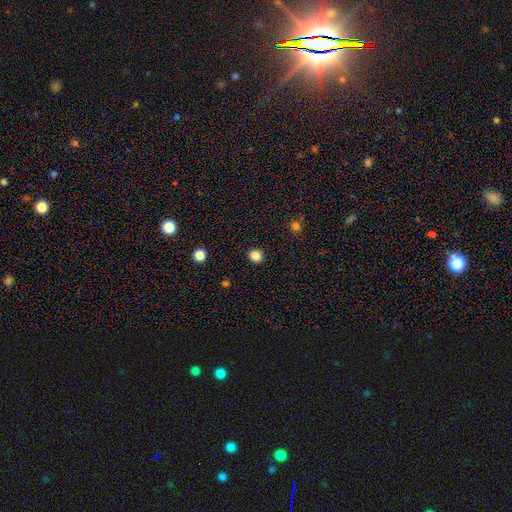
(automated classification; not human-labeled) Smooth or featured?
  - smooth: 85% *
  - star or artifact: 12%
  - featured or disk: 3%
How rounded?
  - round: 84% *
  - in between: 15%
  - cigar-shaped: 1%
Merging?
  - none: 91% *
  - minor disturbance: 6%
  - major disturbance: 2%
  - merger: 1%